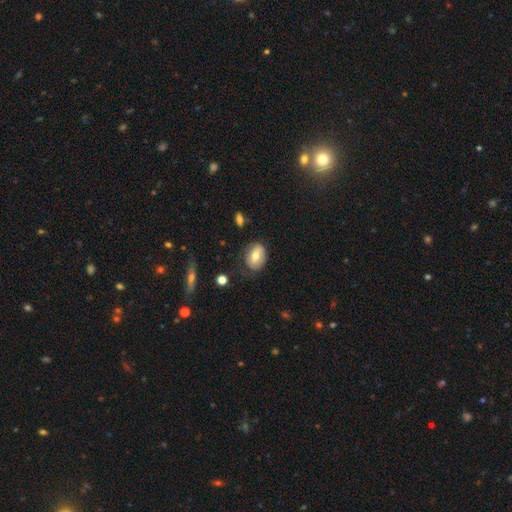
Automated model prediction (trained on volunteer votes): Smooth or featured? Predicted: smooth (p=0.63). How rounded? Predicted: in between (p=0.70). Merging? Predicted: none (p=0.68).